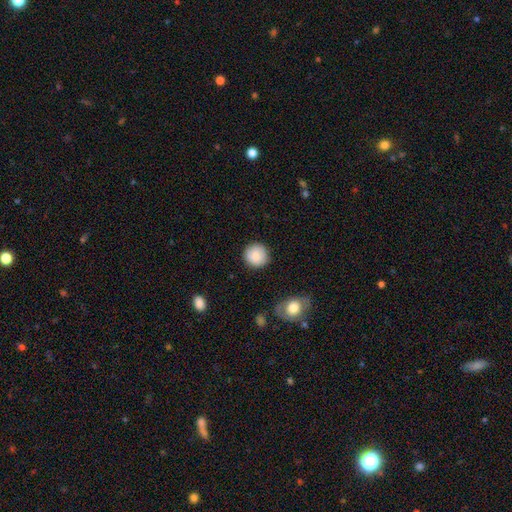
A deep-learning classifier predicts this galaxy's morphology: This is clearly a smooth galaxy (87%). How rounded: clearly round (93%). Merging: clearly none (89%).